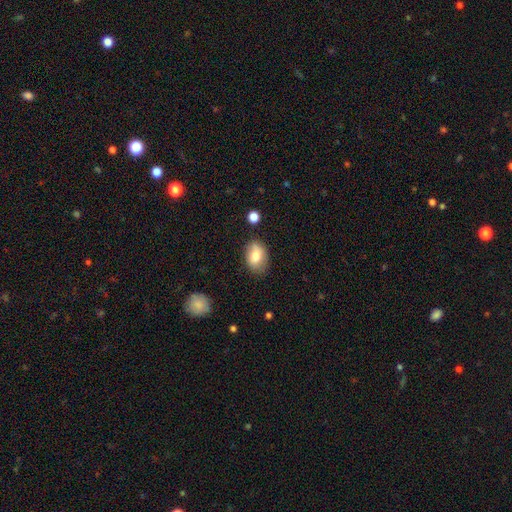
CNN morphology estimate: A smooth galaxy with no disk features (77%) that is in between round and cigar-shaped (79%). Merging: none (75%).